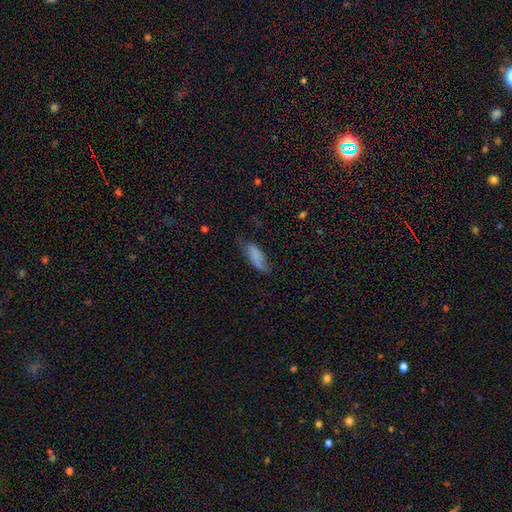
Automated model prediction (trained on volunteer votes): This is likely a smooth galaxy (74%). How rounded: likely in between (74%). Merging: possibly none (45%).